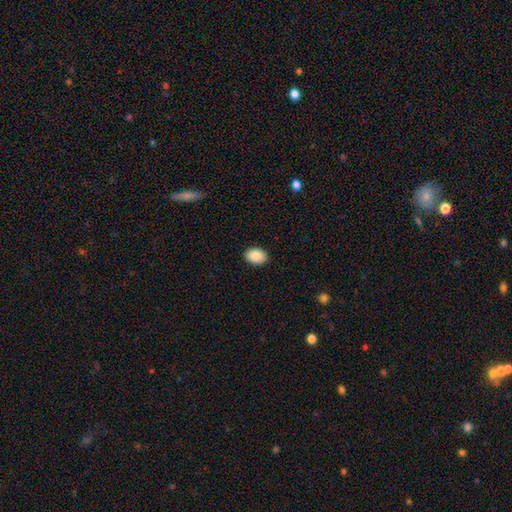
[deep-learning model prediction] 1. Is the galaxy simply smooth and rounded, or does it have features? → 88% smooth, 7% star or artifact, 5% featured or disk.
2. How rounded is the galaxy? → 83% in between, 16% round, 1% cigar-shaped.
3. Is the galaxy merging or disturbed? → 90% none, 7% minor disturbance, 2% major disturbance, 1% merger.